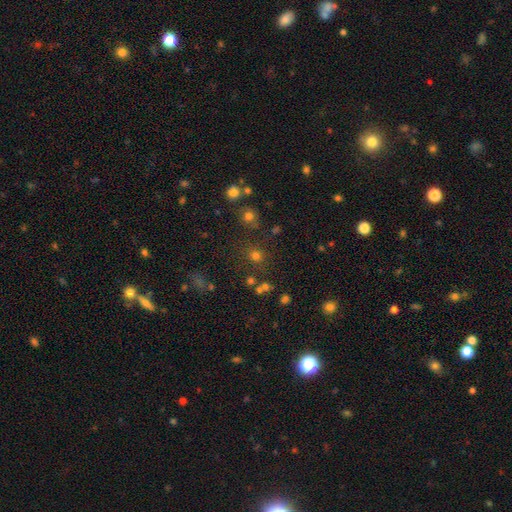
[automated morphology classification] smooth 66%, star or artifact 27%, featured or disk 7%. Down the decision tree: how rounded — round (89%); merging — none (81%).